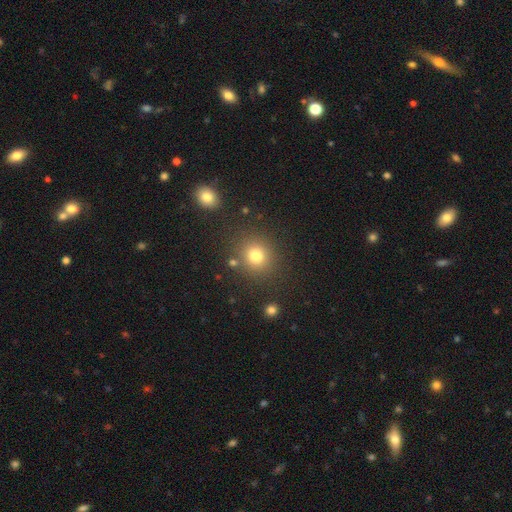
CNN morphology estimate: This is likely a smooth galaxy (78%). How rounded: clearly round (87%). Merging: clearly none (83%).